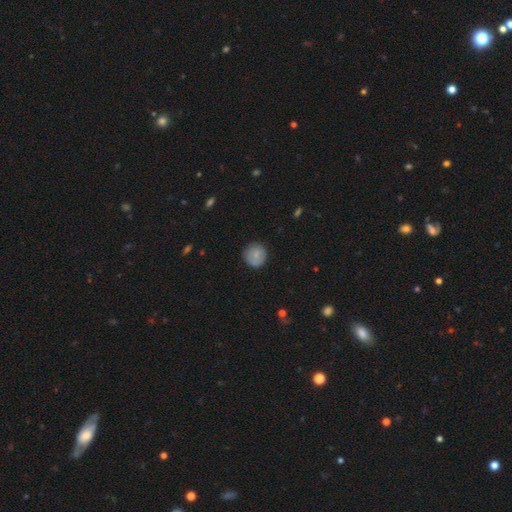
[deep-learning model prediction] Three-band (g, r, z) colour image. It shows a smooth galaxy with no disk features (77%) that is round (93%). Merging: none (85%).